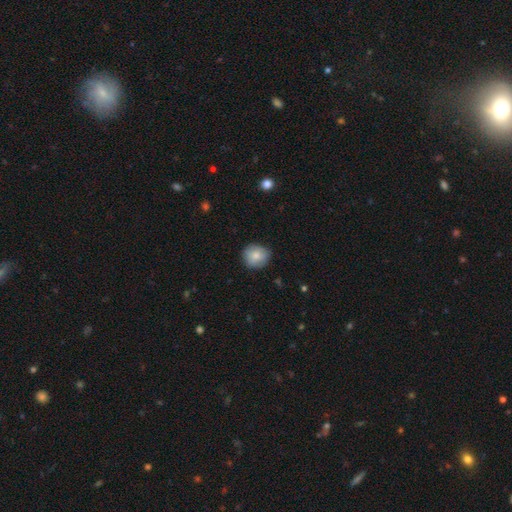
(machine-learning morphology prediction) smooth_or_featured: smooth (p=0.79) [alt: featured or disk p=0.14]
how_rounded: round (p=0.85) [alt: in between p=0.14]
merging: none (p=0.80) [alt: minor disturbance p=0.16]